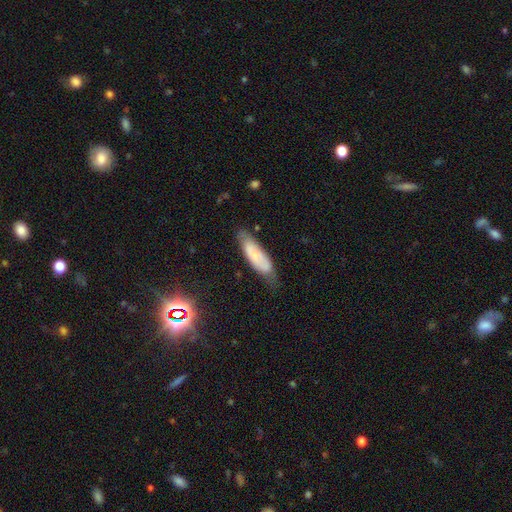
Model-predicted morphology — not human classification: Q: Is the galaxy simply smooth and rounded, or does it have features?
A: smooth — 58%.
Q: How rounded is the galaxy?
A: in between — 50%.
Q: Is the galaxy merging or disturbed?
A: none — 62%.